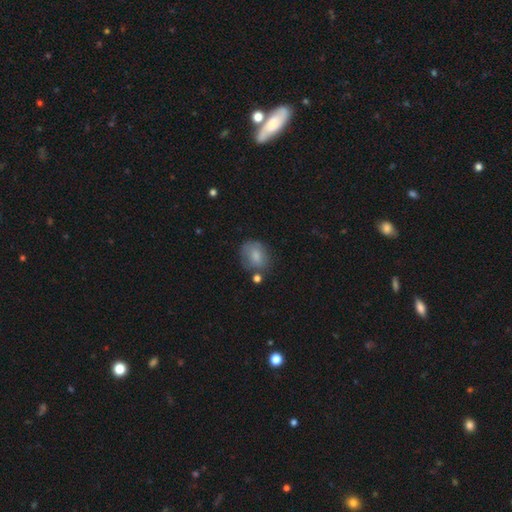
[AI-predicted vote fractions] Overall: smooth (77%). How rounded: round (52%; in between 47%). Merging: none (60%; minor disturbance 22%).